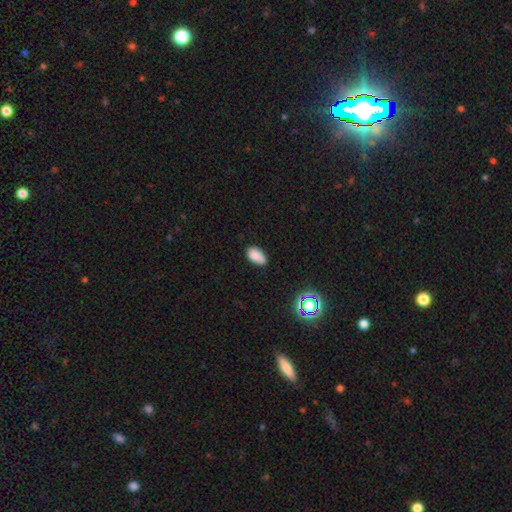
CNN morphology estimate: Smooth or featured? Predicted: smooth (p=0.84). How rounded? Predicted: in between (p=0.93). Merging? Predicted: none (p=0.73).